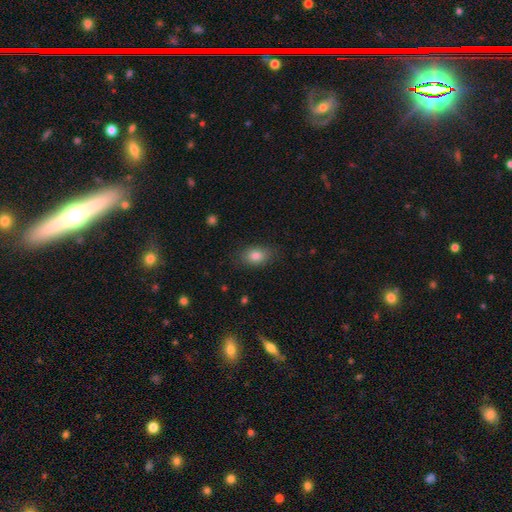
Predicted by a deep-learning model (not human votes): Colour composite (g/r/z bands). It shows a smooth galaxy with no disk features (83%) that is in between round and cigar-shaped (86%). Merging: none (80%).